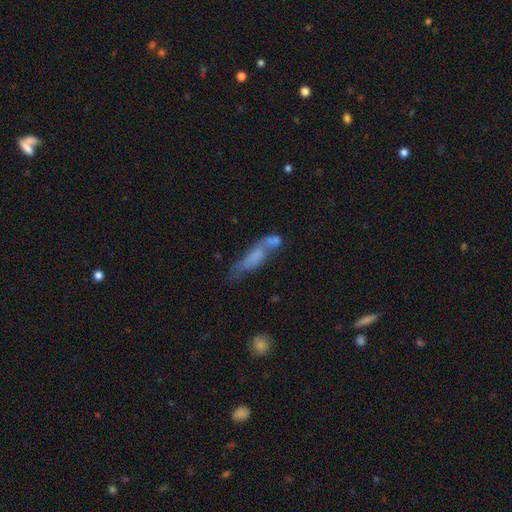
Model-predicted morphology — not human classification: type=smooth (53%); roundness=cigar-shaped (66%); merging=none (34%, tied with merger).